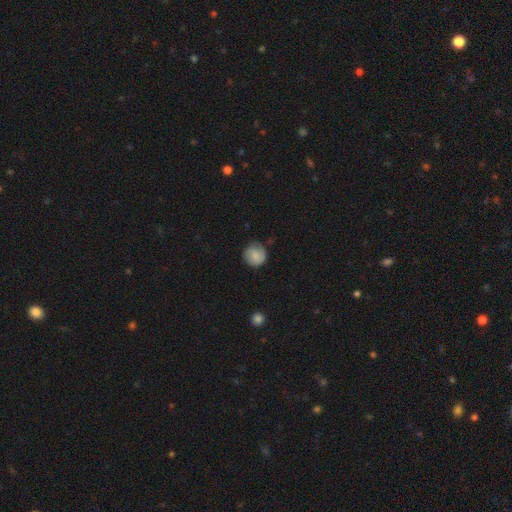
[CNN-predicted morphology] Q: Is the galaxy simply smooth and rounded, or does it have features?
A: smooth — 70%.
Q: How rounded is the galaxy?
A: round — 90%.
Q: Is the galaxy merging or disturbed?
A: none — 72%.